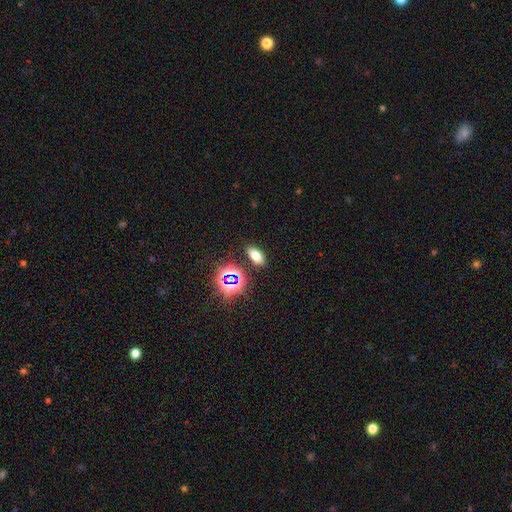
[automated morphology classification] This appears to be a smooth galaxy with no disk features (64%) that is in between round and cigar-shaped (83%). Merging: none (86%).